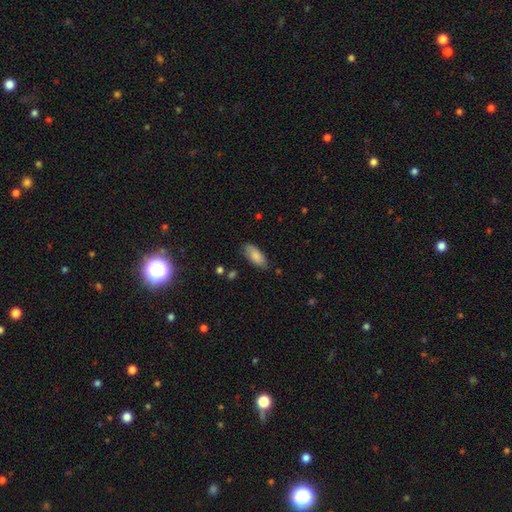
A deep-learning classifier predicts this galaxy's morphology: Smooth or featured?
  - smooth: 85% *
  - featured or disk: 8%
  - star or artifact: 6%
How rounded?
  - in between: 85% *
  - cigar-shaped: 13%
  - round: 2%
Merging?
  - none: 80% *
  - minor disturbance: 16%
  - major disturbance: 3%
  - merger: 2%